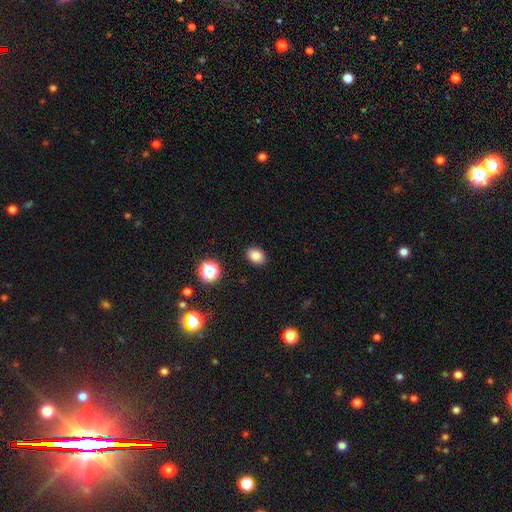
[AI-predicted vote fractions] Overall: smooth (84%). How rounded: in between (72%). Merging: none (89%).